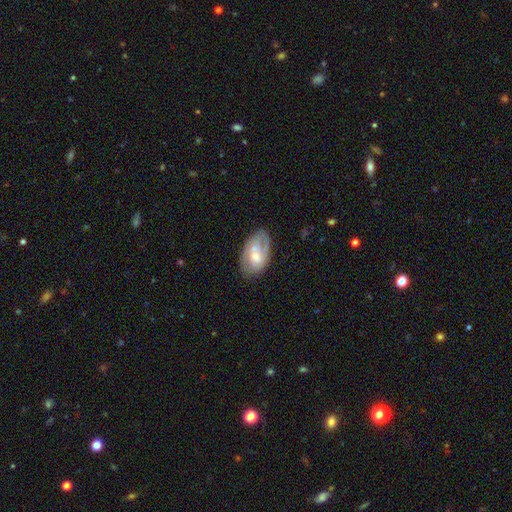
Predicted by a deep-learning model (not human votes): featured or disk 54%, smooth 39%, star or artifact 7%. Down the decision tree: edge-on disk — no (94%); bar — no (63%); spiral arms — yes (65%); bulge size — small (48%); merging — none (58%).